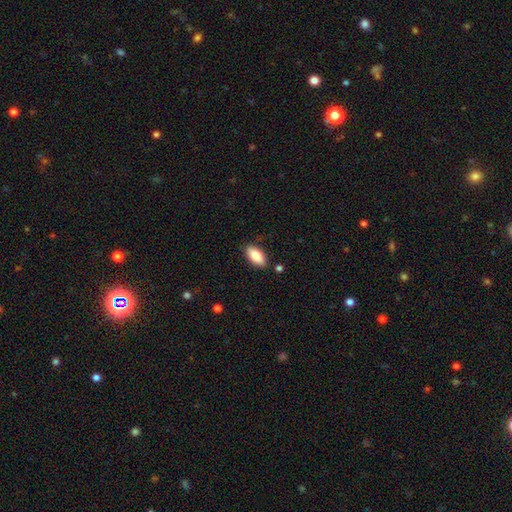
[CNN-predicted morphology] Smooth or featured? smooth (85%)
How rounded? in between (90%)
Merging? none (85%)